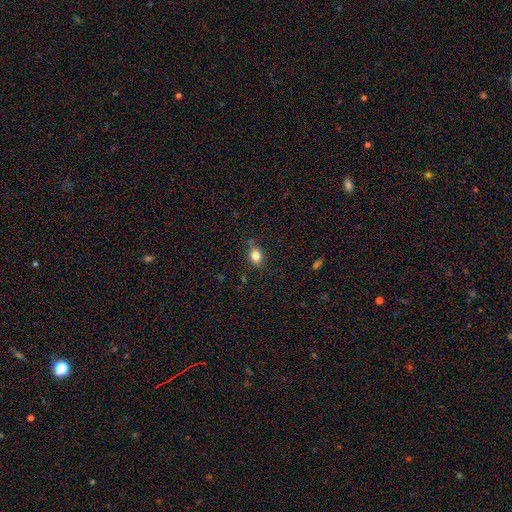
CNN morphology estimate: A smooth galaxy with no disk features (82%) that is in between round and cigar-shaped (60%).

Vote fractions:
- Smooth or featured? smooth: 82% / star or artifact: 11% / featured or disk: 8%
- How rounded? in between: 60% / round: 38% / cigar-shaped: 1%
- Merging? none: 77% / minor disturbance: 16% / major disturbance: 4% / merger: 4%